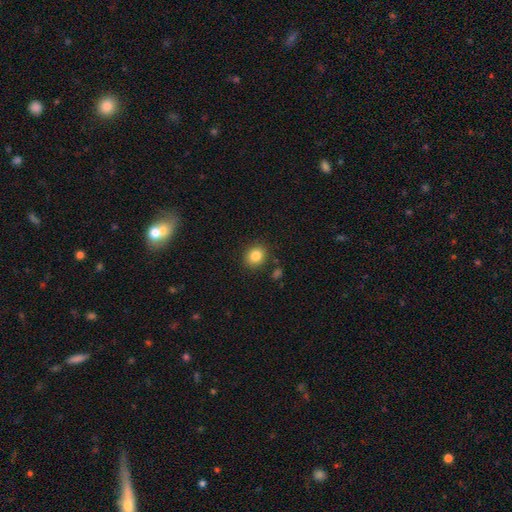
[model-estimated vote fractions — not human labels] Q: Smooth or featured?
A: smooth (84%); runner-up: star or artifact (10%)
Q: How rounded?
A: round (73%); runner-up: in between (26%)
Q: Merging?
A: none (86%); runner-up: minor disturbance (8%)